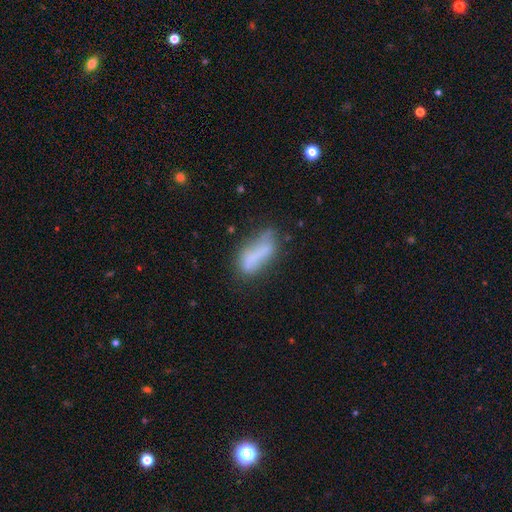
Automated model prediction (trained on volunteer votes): Smooth or featured: smooth — 60% (featured or disk — 29%)
How rounded: in between — 60% (cigar-shaped — 37%)
Merging: none — 43% (minor disturbance — 30%)